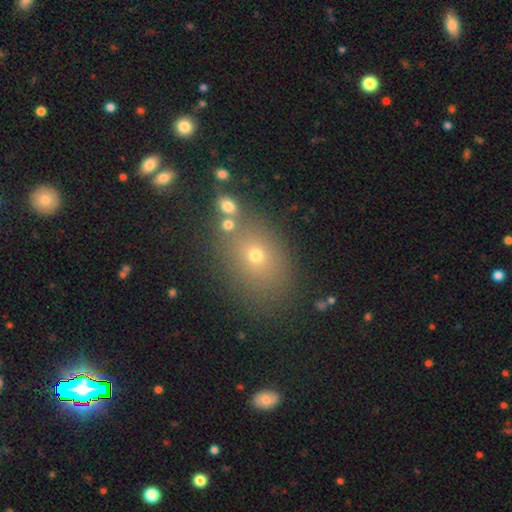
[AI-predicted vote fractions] This is likely a smooth galaxy (64%). How rounded: likely in between (65%). Merging: likely none (71%).